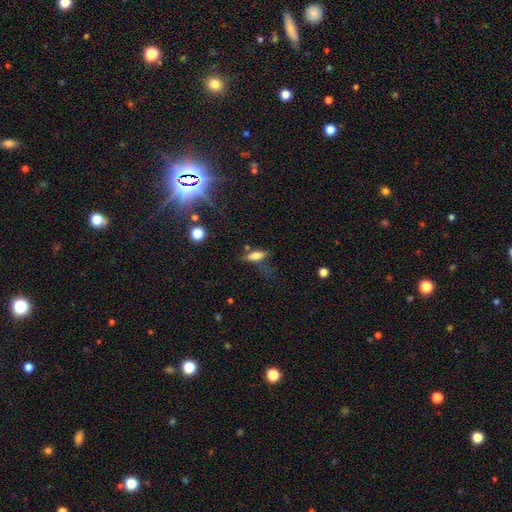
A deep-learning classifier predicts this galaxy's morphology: Overall: smooth (70%). How rounded: in between (58%; cigar-shaped 38%). Merging: none (50%; minor disturbance 27%).